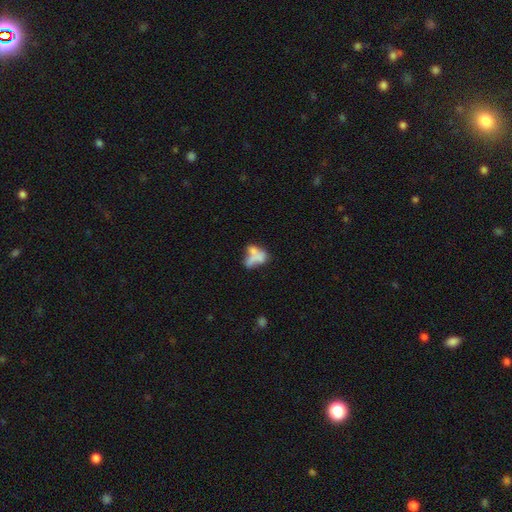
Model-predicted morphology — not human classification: Smooth or featured? smooth (54%)
How rounded? in between (79%)
Merging? merger (47%)